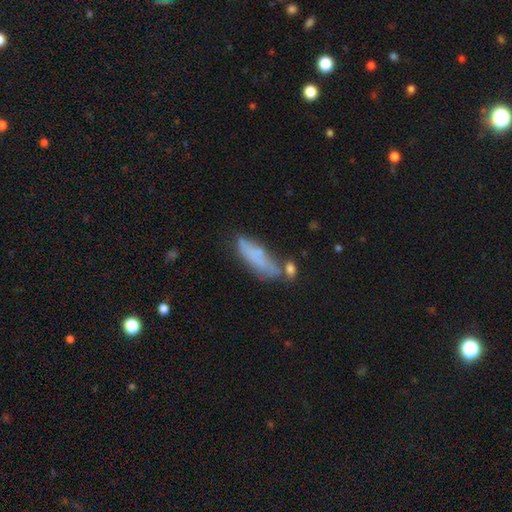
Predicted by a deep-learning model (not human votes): A smooth galaxy with no disk features (64%) that is cigar-shaped (55%). Merging: none (46%).